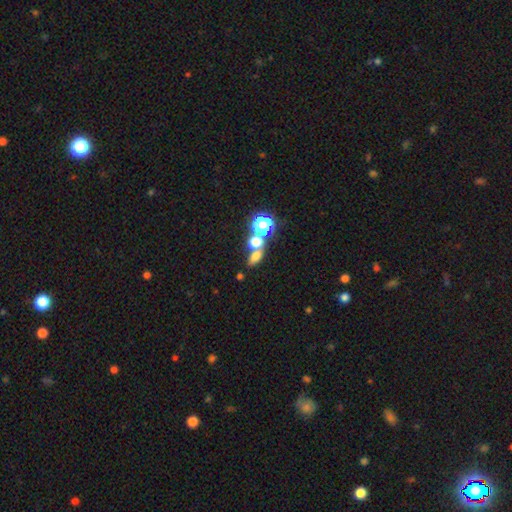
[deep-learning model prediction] Smooth or featured? smooth (63%)
How rounded? in between (63%)
Merging? none (49%)